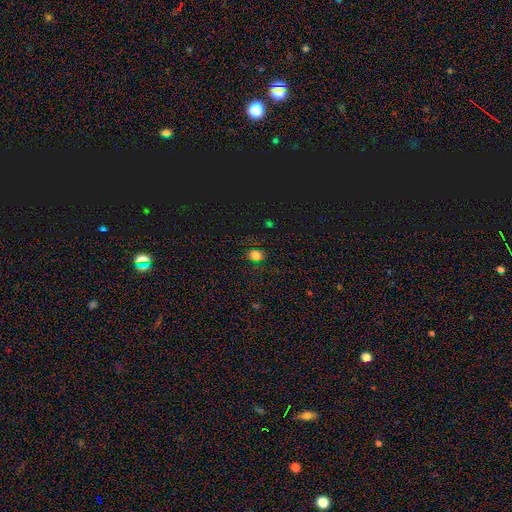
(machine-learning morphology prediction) The model was most divided on "how rounded": in between: 55%, round: 43%, cigar-shaped: 2%. More confident: merging — none (80%); smooth or featured — smooth (69%).